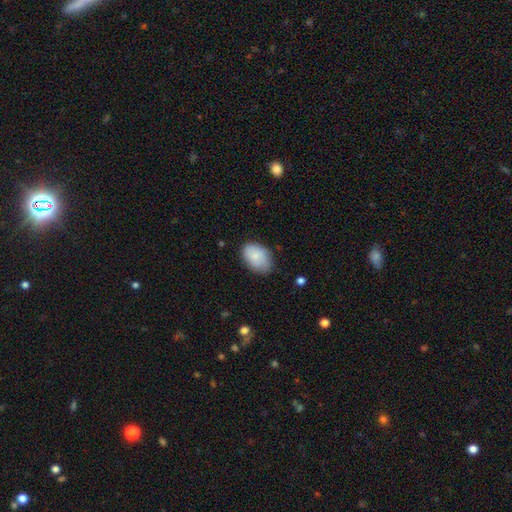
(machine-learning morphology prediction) Overall: smooth (84%). How rounded: in between (88%). Merging: none (68%).